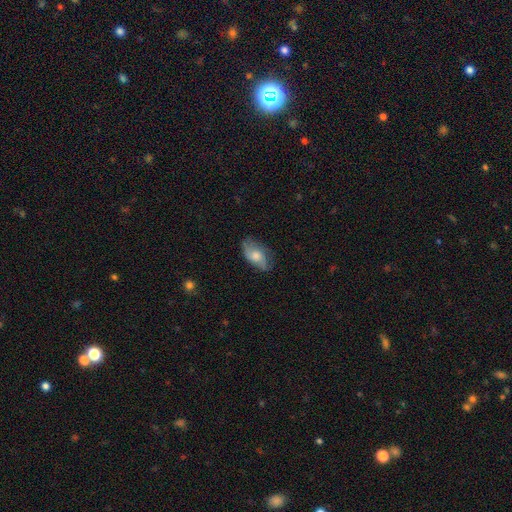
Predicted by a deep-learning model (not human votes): Q: Smooth or featured?
A: smooth (52%); runner-up: featured or disk (40%)
Q: How rounded?
A: in between (90%); runner-up: round (6%)
Q: Merging?
A: none (63%); runner-up: minor disturbance (26%)